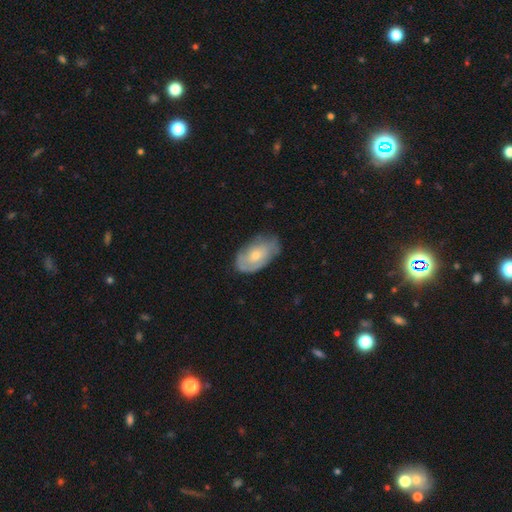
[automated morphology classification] type=smooth (50%); merging=none (63%).